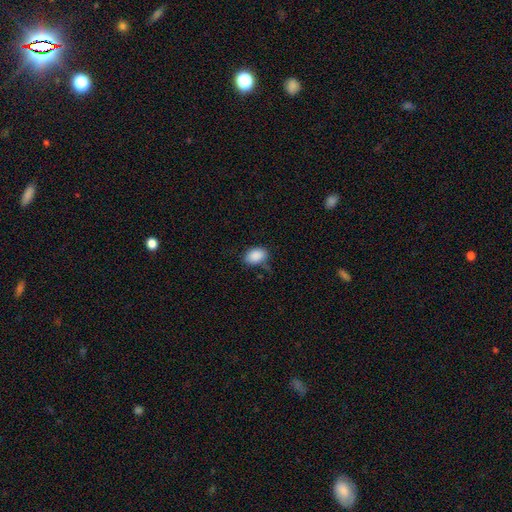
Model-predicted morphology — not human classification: A smooth galaxy with no disk features (89%) that is in between round and cigar-shaped (84%).

Vote fractions:
- Smooth or featured? smooth: 89% / star or artifact: 8% / featured or disk: 4%
- How rounded? in between: 84% / round: 15% / cigar-shaped: 1%
- Merging? none: 70% / minor disturbance: 22% / major disturbance: 6% / merger: 3%